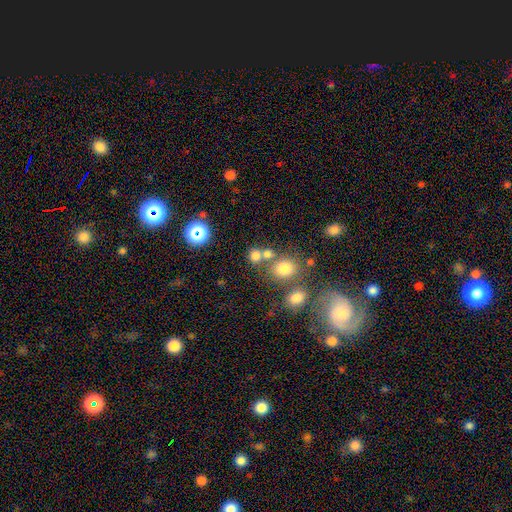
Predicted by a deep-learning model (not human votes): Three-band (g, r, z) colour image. It shows a smooth galaxy with no disk features (73%) that is round (79%). Merging: none (57%).